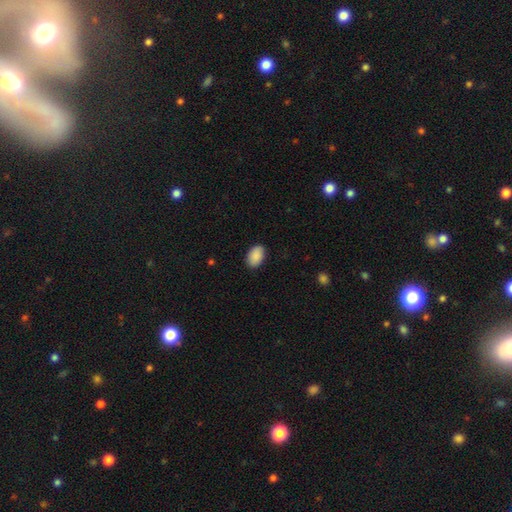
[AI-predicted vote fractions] Smooth or featured? Predicted: smooth (p=0.91). How rounded? Predicted: in between (p=0.90). Merging? Predicted: none (p=0.89).